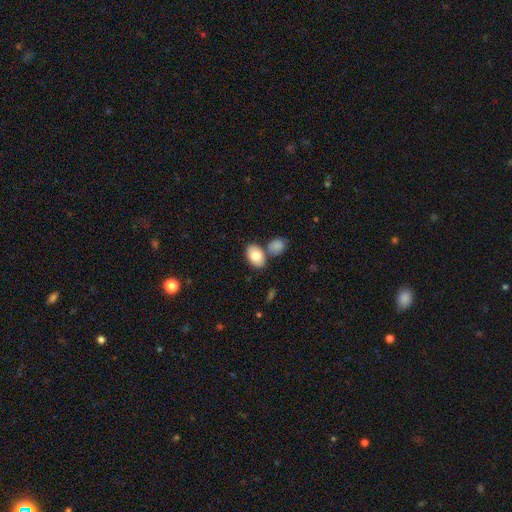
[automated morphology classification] smooth-or-featured: smooth: 82% | featured or disk: 11% | star or artifact: 6%
  how-rounded: in between: 89% | round: 10% | cigar-shaped: 1%
  merging: none: 63% | merger: 22% | minor disturbance: 12% | major disturbance: 3%